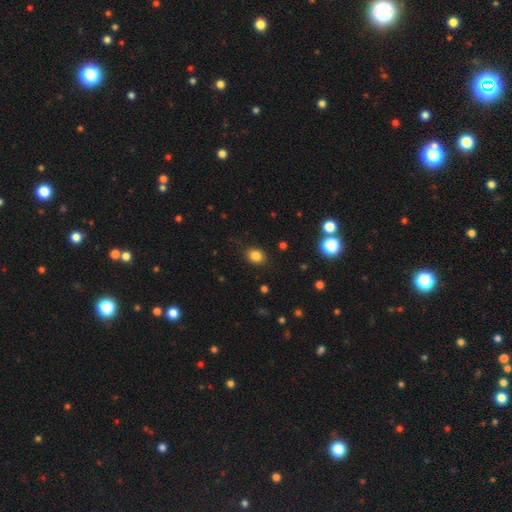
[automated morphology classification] Smooth or featured? smooth (82%)
How rounded? round (56%)
Merging? none (86%)